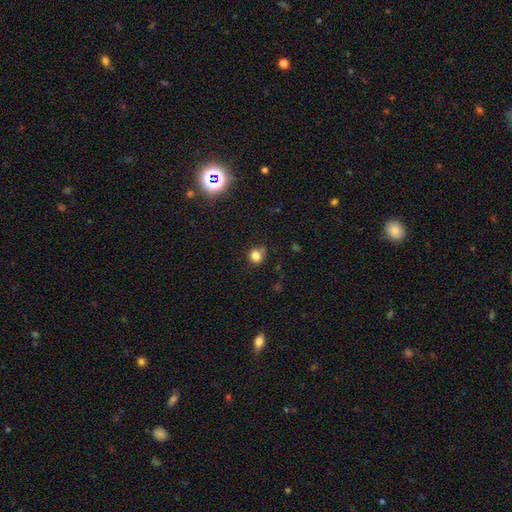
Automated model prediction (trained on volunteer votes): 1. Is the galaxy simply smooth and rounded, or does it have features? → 81% smooth, 13% star or artifact, 6% featured or disk.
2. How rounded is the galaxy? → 77% round, 22% in between, 1% cigar-shaped.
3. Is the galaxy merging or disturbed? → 66% none, 24% minor disturbance, 6% major disturbance, 4% merger.